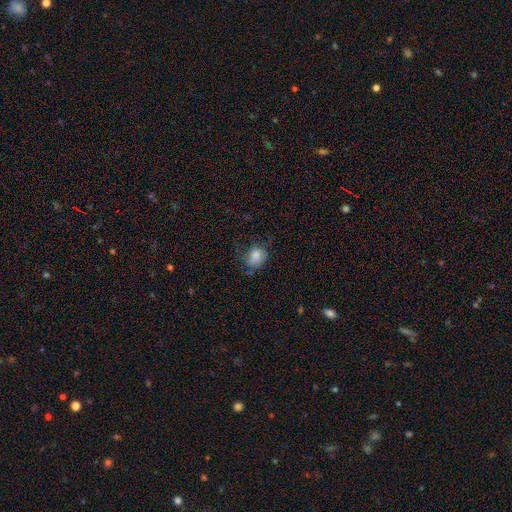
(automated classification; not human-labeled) Smooth or featured?
  - smooth: 78% *
  - featured or disk: 12%
  - star or artifact: 10%
How rounded?
  - round: 51% *
  - in between: 48%
  - cigar-shaped: 1%
Merging?
  - none: 54% *
  - minor disturbance: 28%
  - major disturbance: 15%
  - merger: 2%